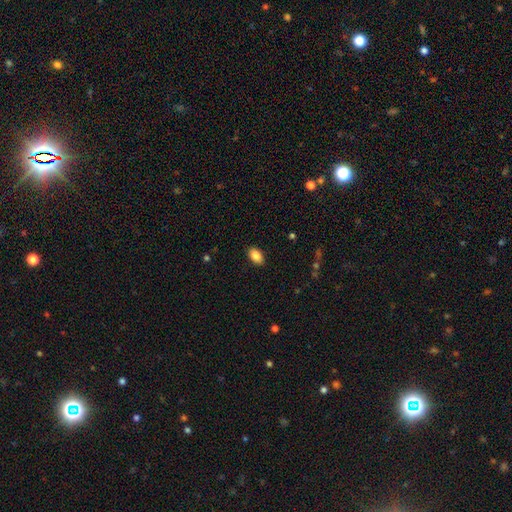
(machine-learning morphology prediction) type=smooth (88%); roundness=in between (92%); merging=none (89%).